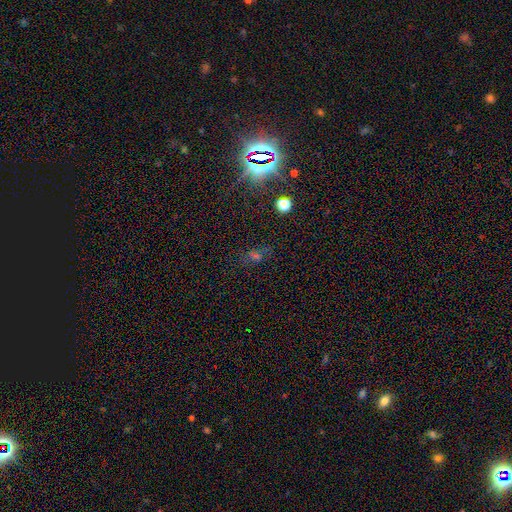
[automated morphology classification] smooth_or_featured: star or artifact (p=0.58) [alt: smooth p=0.27]